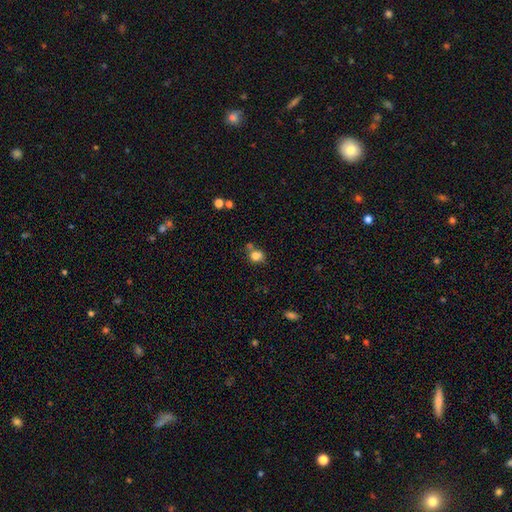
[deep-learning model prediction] Overall: smooth (81%). How rounded: round (64%; in between 35%). Merging: none (53%; merger 25%).